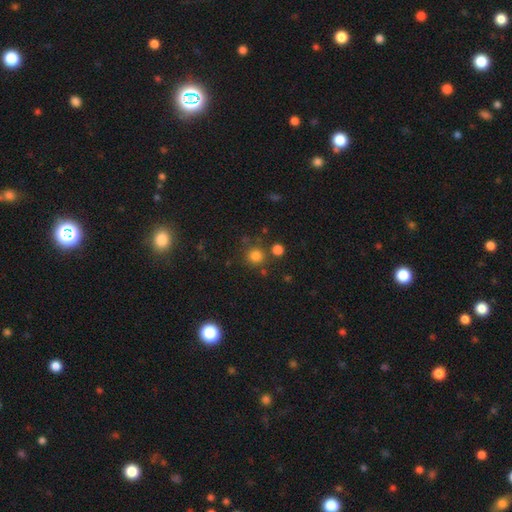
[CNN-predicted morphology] Smooth or featured? Predicted: smooth (p=0.80). How rounded? Predicted: round (p=0.92). Merging? Predicted: none (p=0.76).